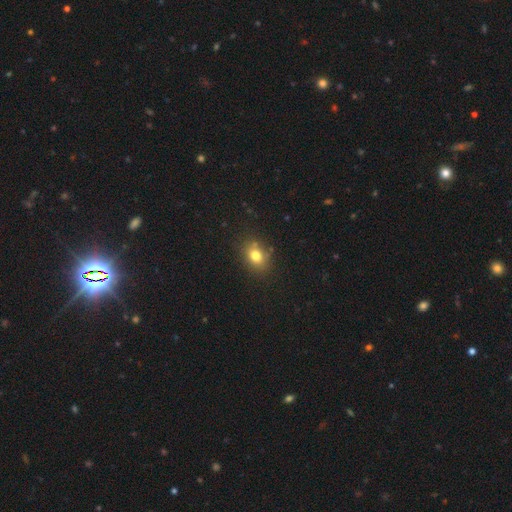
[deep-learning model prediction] Smooth or featured?
  - smooth: 77% *
  - star or artifact: 13%
  - featured or disk: 10%
How rounded?
  - in between: 53% *
  - round: 46%
  - cigar-shaped: 1%
Merging?
  - none: 79% *
  - minor disturbance: 14%
  - major disturbance: 4%
  - merger: 3%